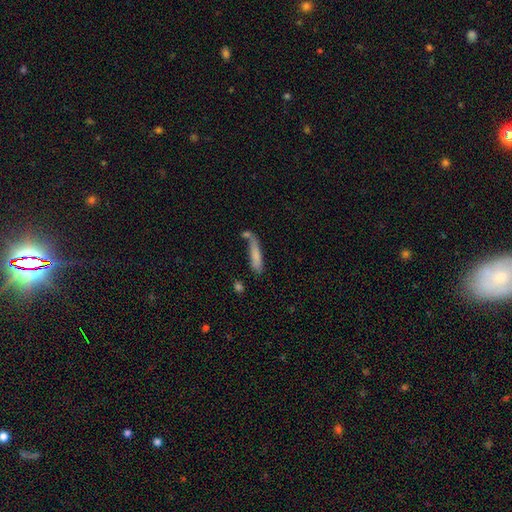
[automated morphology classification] Q: Smooth or featured?
A: smooth (75%); runner-up: featured or disk (17%)
Q: How rounded?
A: cigar-shaped (81%); runner-up: in between (17%)
Q: Merging?
A: none (49%); runner-up: merger (23%)